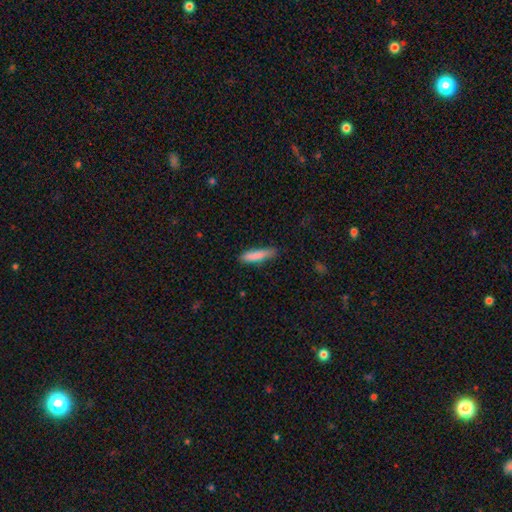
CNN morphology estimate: smooth_or_featured: smooth (p=0.85) [alt: featured or disk p=0.09]
how_rounded: cigar-shaped (p=0.82) [alt: in between p=0.17]
merging: none (p=0.80) [alt: minor disturbance p=0.16]